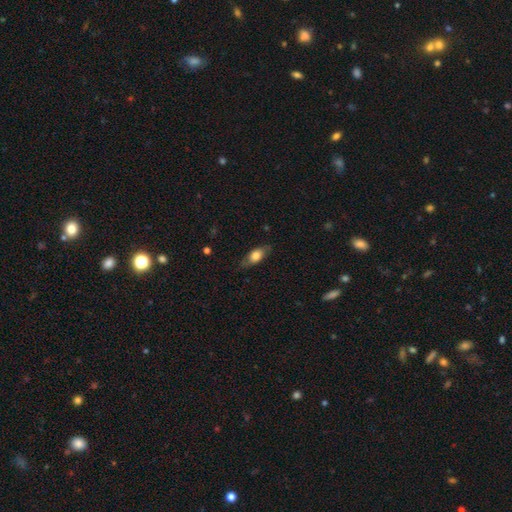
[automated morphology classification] Q: Smooth or featured?
A: smooth (66%); runner-up: featured or disk (27%)
Q: How rounded?
A: in between (77%); runner-up: cigar-shaped (15%)
Q: Merging?
A: none (72%); runner-up: minor disturbance (21%)